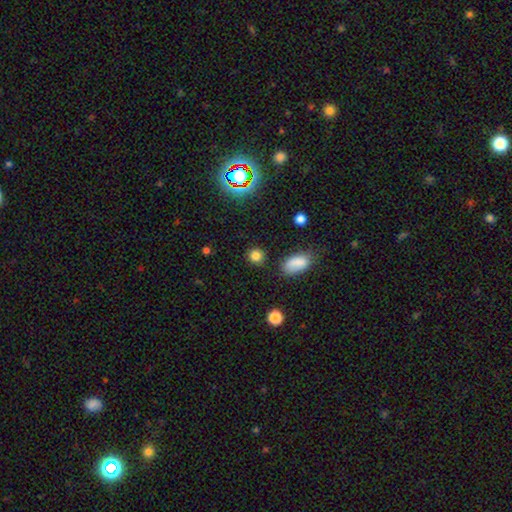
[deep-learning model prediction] This is likely a smooth galaxy (80%). How rounded: clearly round (84%). Merging: clearly none (84%).